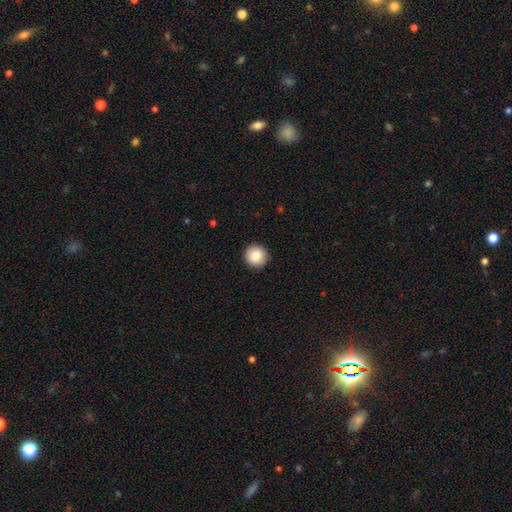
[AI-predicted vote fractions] Smooth or featured?
  - smooth: 87% *
  - star or artifact: 8%
  - featured or disk: 5%
How rounded?
  - round: 94% *
  - in between: 5%
  - cigar-shaped: 1%
Merging?
  - none: 92% *
  - minor disturbance: 6%
  - major disturbance: 2%
  - merger: 1%